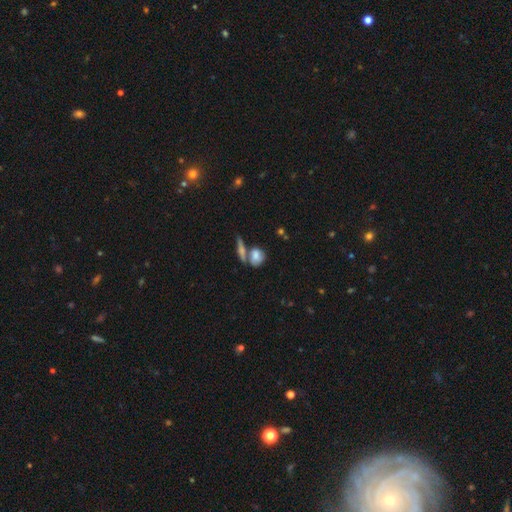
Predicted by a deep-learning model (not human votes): smooth_or_featured: smooth (p=0.69) [alt: featured or disk p=0.22]
how_rounded: in between (p=0.50) [alt: round p=0.41]
merging: none (p=0.44) [alt: merger p=0.37]